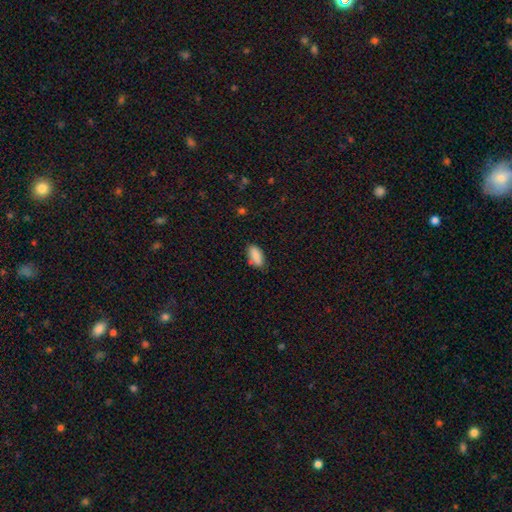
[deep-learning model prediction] Q: Smooth or featured?
A: smooth (88%); runner-up: star or artifact (7%)
Q: How rounded?
A: in between (88%); runner-up: cigar-shaped (10%)
Q: Merging?
A: none (77%); runner-up: minor disturbance (17%)